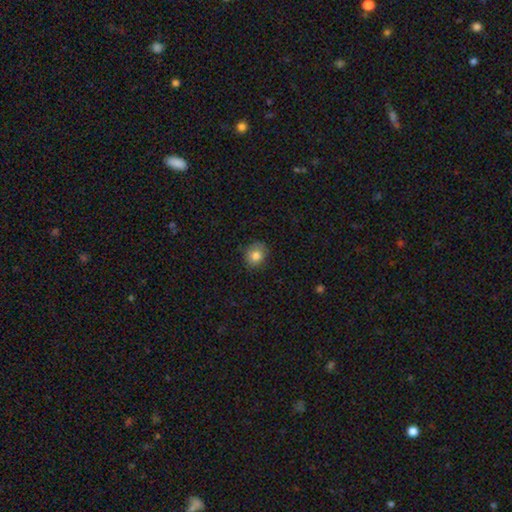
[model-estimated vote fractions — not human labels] Q: Smooth or featured?
A: smooth (82%); runner-up: star or artifact (10%)
Q: How rounded?
A: round (73%); runner-up: in between (27%)
Q: Merging?
A: none (81%); runner-up: minor disturbance (15%)